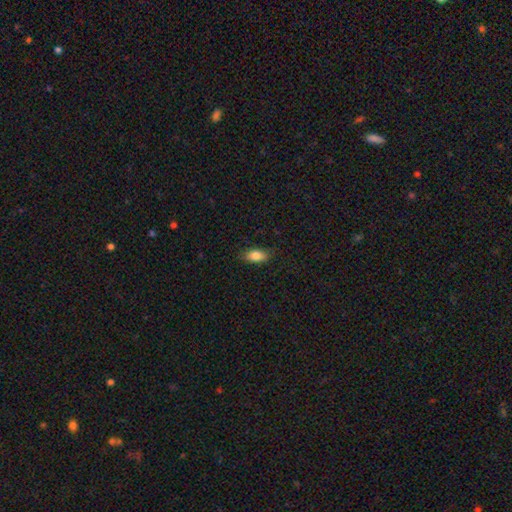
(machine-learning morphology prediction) smooth 83%, featured or disk 10%, star or artifact 8%. Down the decision tree: how rounded — in between (87%); merging — none (82%).